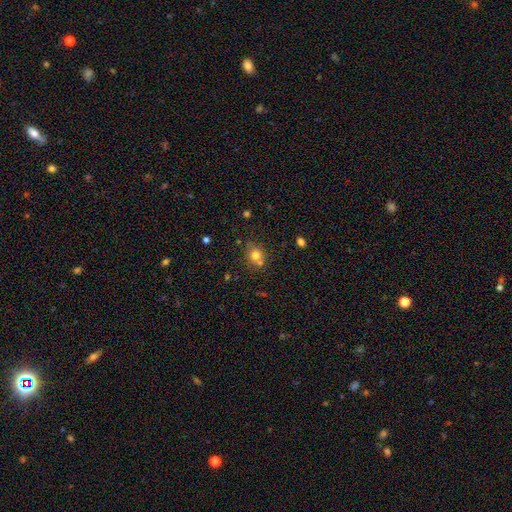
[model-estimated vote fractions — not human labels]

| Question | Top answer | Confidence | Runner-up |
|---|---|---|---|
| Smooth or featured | smooth | 75% | star or artifact (14%) |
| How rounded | round | 78% | in between (21%) |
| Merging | none | 62% | merger (21%) |